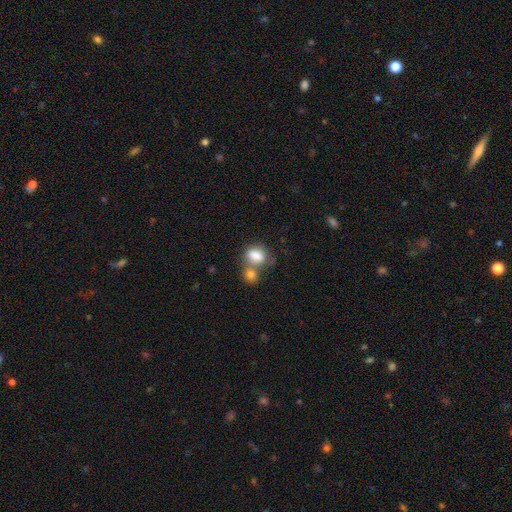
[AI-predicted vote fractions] A smooth galaxy with no disk features (82%) that is in between round and cigar-shaped (69%). Merging: merger (50%).